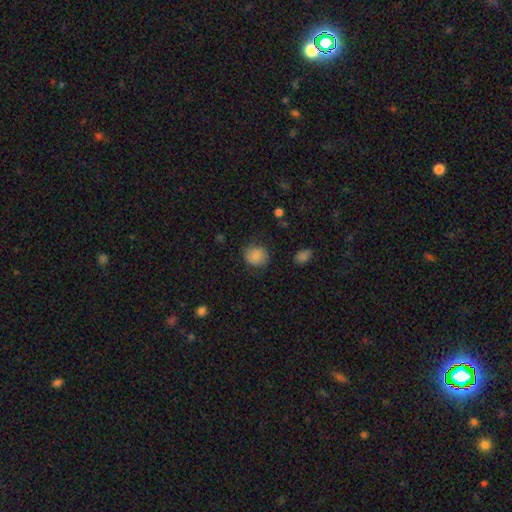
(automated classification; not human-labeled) The model was most divided on "how rounded": round: 73%, in between: 27%, cigar-shaped: 1%. More confident: smooth or featured — smooth (85%); merging — none (78%).